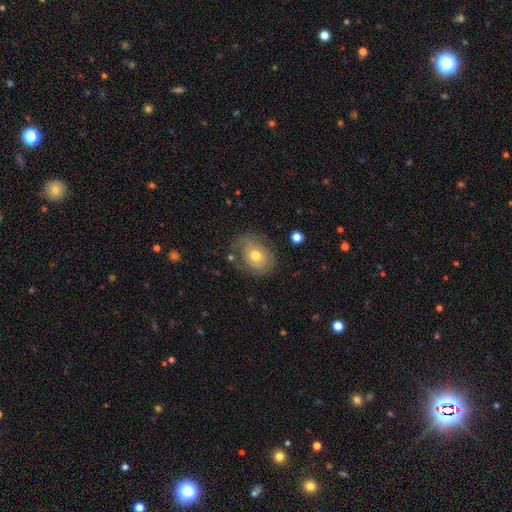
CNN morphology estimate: This appears to be a smooth galaxy with no disk features (46%). Merging: none (63%).